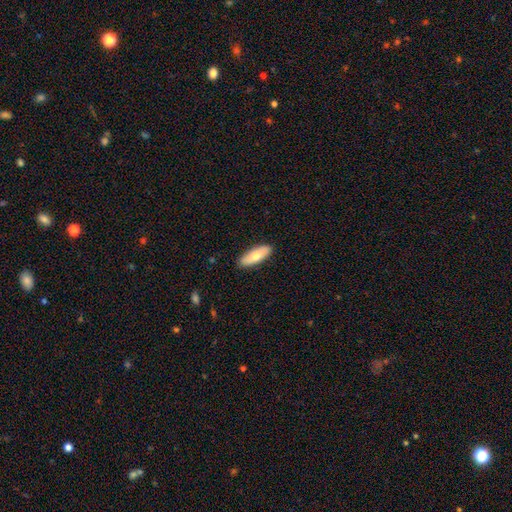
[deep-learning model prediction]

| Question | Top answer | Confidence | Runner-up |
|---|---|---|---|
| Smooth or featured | smooth | 67% | featured or disk (27%) |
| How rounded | in between | 68% | cigar-shaped (30%) |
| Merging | none | 89% | minor disturbance (8%) |